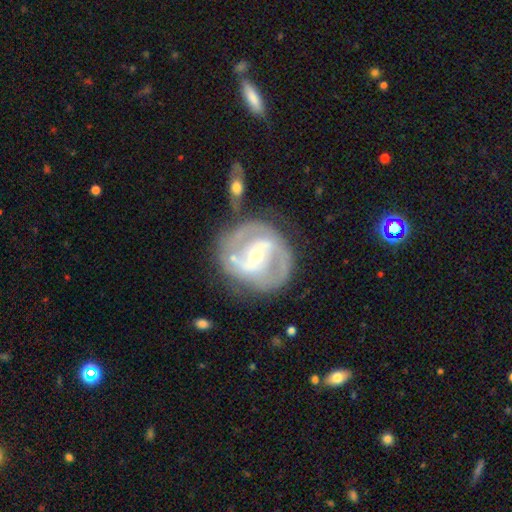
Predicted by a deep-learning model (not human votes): Overall: featured or disk (86%). Edge-on disk: no (97%). Bar: strong (44%; weak 38%). Spiral arms: yes (92%). Spiral arm count: 2 (83%). Spiral winding: medium (50%; tight 33%). Bulge size: moderate (52%; small 43%). Merging: none (70%).